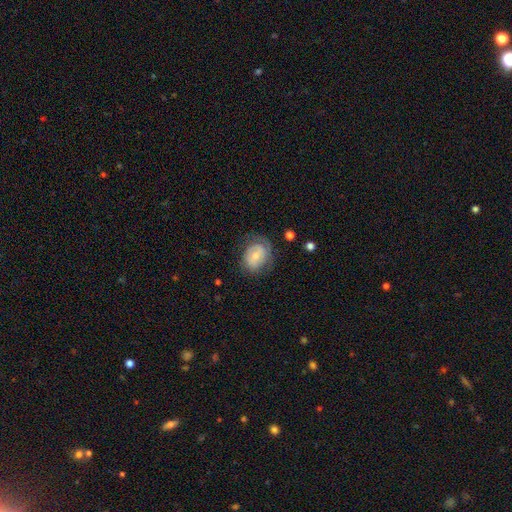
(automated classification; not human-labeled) Morphology: type=smooth (52%); roundness=in between (60%); merging=none (60%).